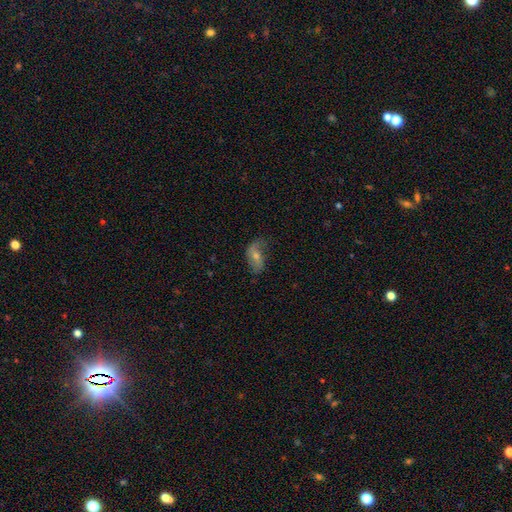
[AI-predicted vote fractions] Smooth or featured: featured or disk — 58% (smooth — 30%)
Edge-on disk: no — 92% (yes — 8%)
Bar: no — 53% (weak — 32%)
Spiral arms: yes — 80% (no — 20%)
Bulge size: moderate — 53% (small — 41%)
Merging: none — 60% (minor disturbance — 25%)